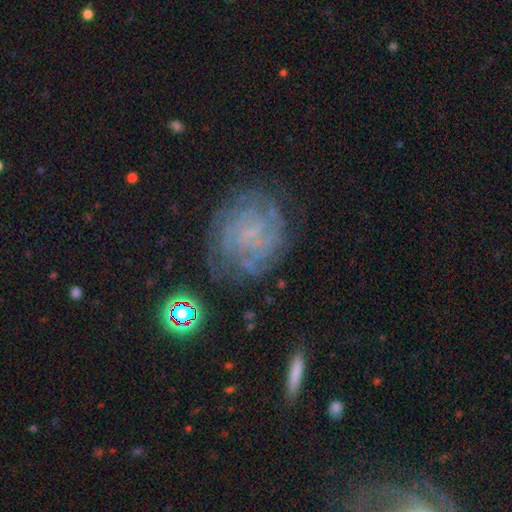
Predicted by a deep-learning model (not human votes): smooth-or-featured: featured or disk: 55% | smooth: 23% | star or artifact: 22%
  disk-edge-on: no: 96% | yes: 4%
    bar: no: 69% | weak: 25% | strong: 6%
    has-spiral-arms: yes: 86% | no: 14%
    bulge-size: small: 58% | none: 27% | moderate: 11% | large: 2% | dominant: 1%
  merging: none: 78% | minor disturbance: 13% | major disturbance: 7% | merger: 2%